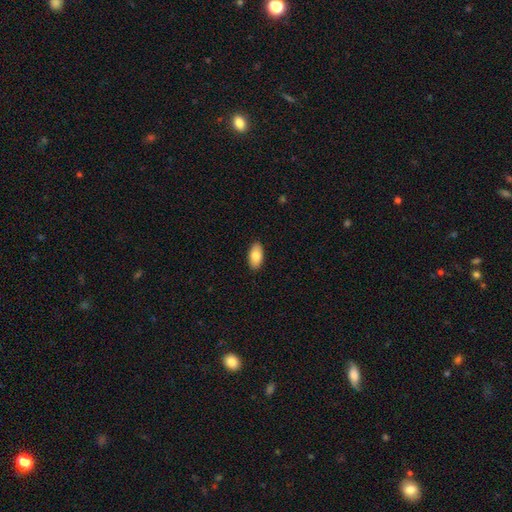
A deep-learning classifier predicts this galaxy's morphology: The model was most divided on "smooth or featured": smooth: 82%, featured or disk: 11%, star or artifact: 6%. More confident: how rounded — in between (93%); merging — none (90%).